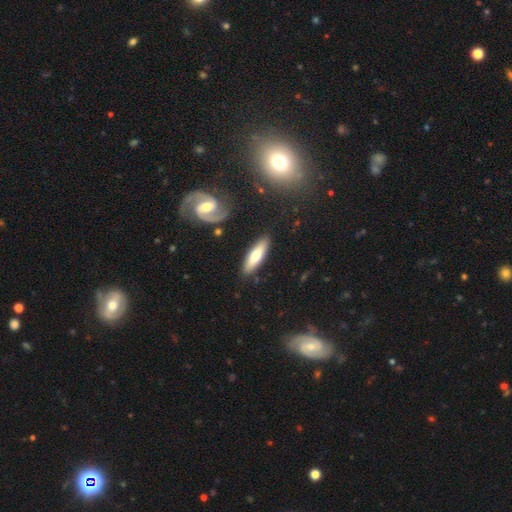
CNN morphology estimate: type=smooth (61%); roundness=cigar-shaped (59%); merging=none (86%).